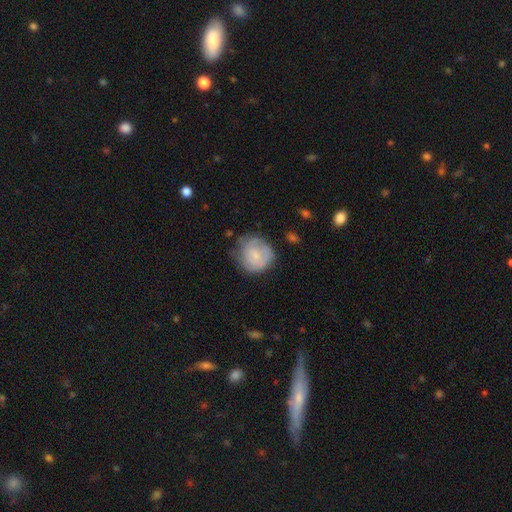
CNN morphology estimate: Smooth or featured? Predicted: smooth (p=0.60). How rounded? Predicted: round (p=0.84). Merging? Predicted: none (p=0.57).